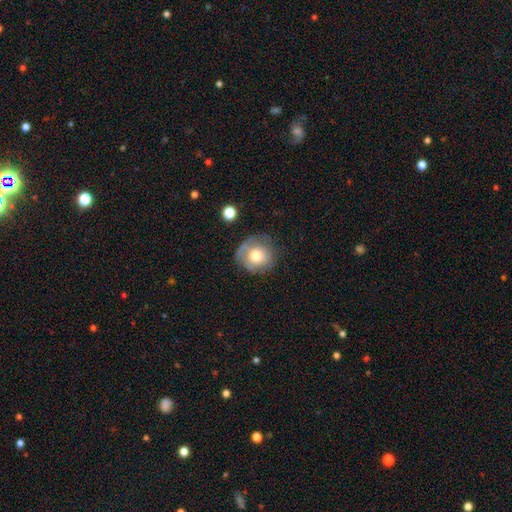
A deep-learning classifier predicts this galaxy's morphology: Smooth or featured: smooth — 60% (featured or disk — 31%)
How rounded: round — 88% (in between — 11%)
Merging: none — 65% (minor disturbance — 23%)